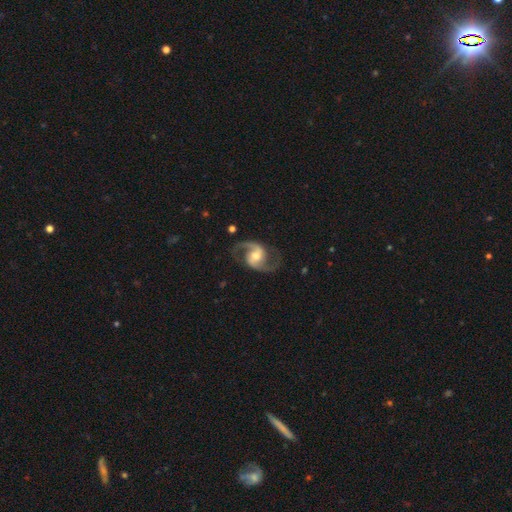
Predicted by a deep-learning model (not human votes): A featured or disk galaxy (92%) with a weak bar (43%), 2 (94%) medium (52%) spiral arms (98%) and a moderate central bulge (62%).

Vote fractions:
- Smooth or featured? featured or disk: 92% / star or artifact: 4% / smooth: 4%
- Edge-on disk? no: 98% / yes: 2%
- Bar? weak: 43% / no: 38% / strong: 18%
- Spiral arms? yes: 98% / no: 2%
- Spiral winding? medium: 52% / loose: 39% / tight: 9%
- Spiral arm count? 2: 94% / can't tell: 1% / 1: 1% / 3: 1% / 4: 1% / more than 4: 1%
- Bulge size? moderate: 62% / small: 25% / large: 10% / none: 2% / dominant: 1%
- Merging? none: 81% / minor disturbance: 12% / major disturbance: 6% / merger: 1%